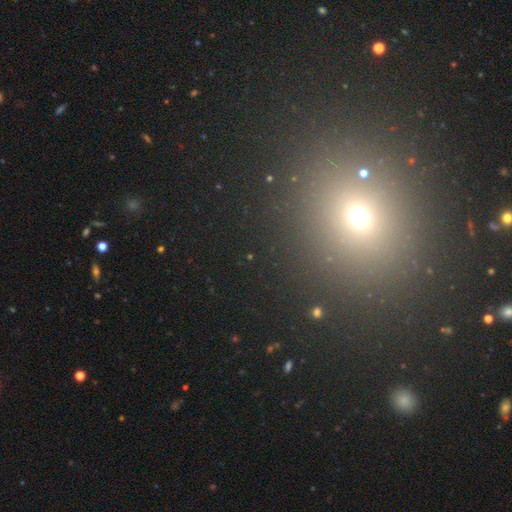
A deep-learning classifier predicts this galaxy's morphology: Smooth or featured? smooth (47%)
Merging? none (87%)